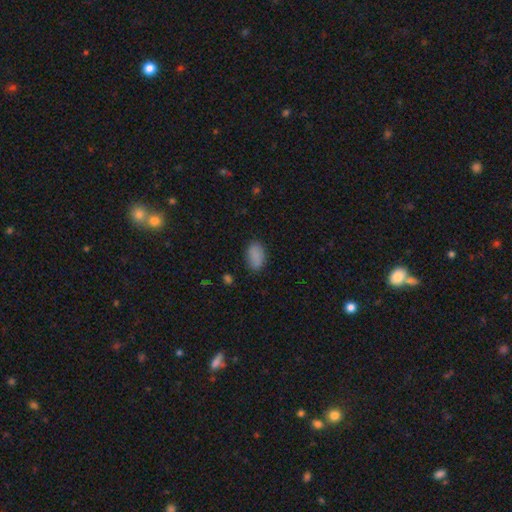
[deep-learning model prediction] This is clearly a smooth galaxy (87%). How rounded: clearly in between (92%). Merging: clearly none (82%).